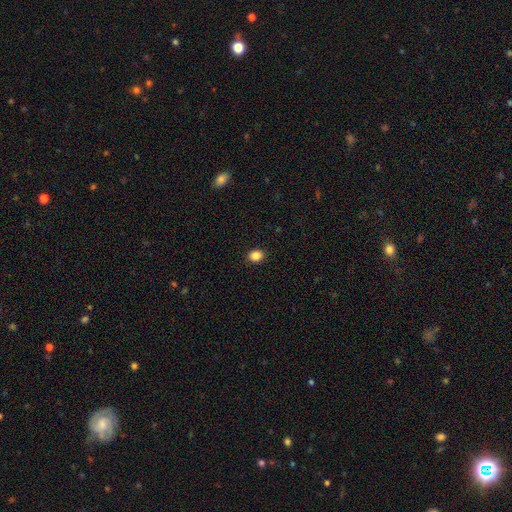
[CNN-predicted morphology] type=smooth (86%); roundness=round (52%); merging=none (91%).